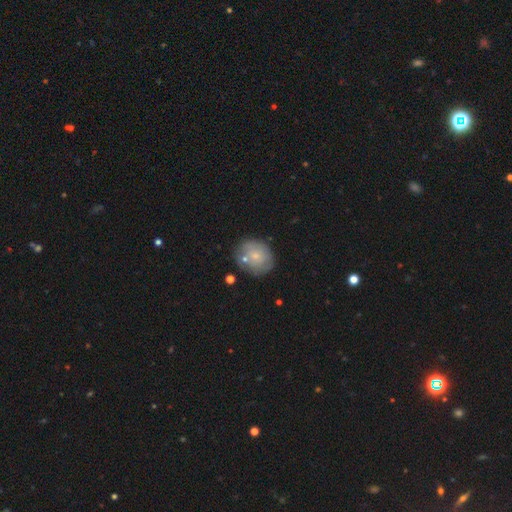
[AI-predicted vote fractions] Smooth or featured: smooth — 60% (featured or disk — 32%)
How rounded: round — 69% (in between — 30%)
Merging: none — 62% (minor disturbance — 21%)